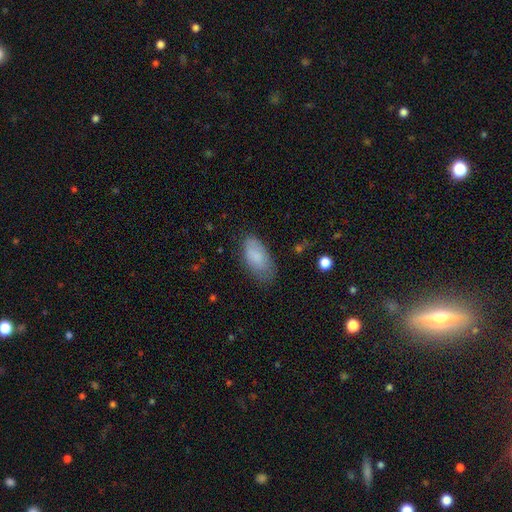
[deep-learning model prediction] Morphology: type=smooth (81%); roundness=in between (92%); merging=none (65%).